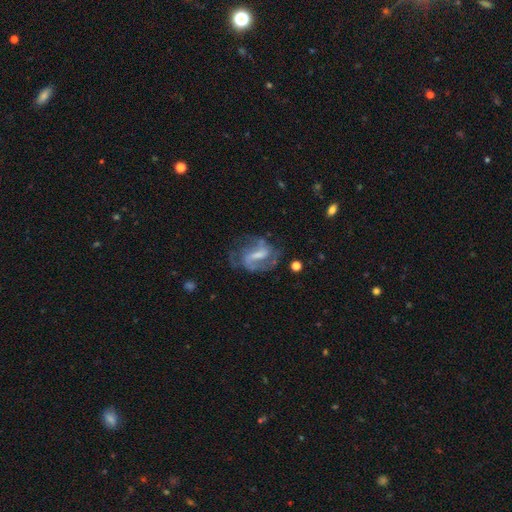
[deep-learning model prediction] A featured or disk galaxy (80%) with a strong bar (46%), 2 (68%) medium (48%) spiral arms (89%) and a small central bulge (38%). Merging: none (60%).